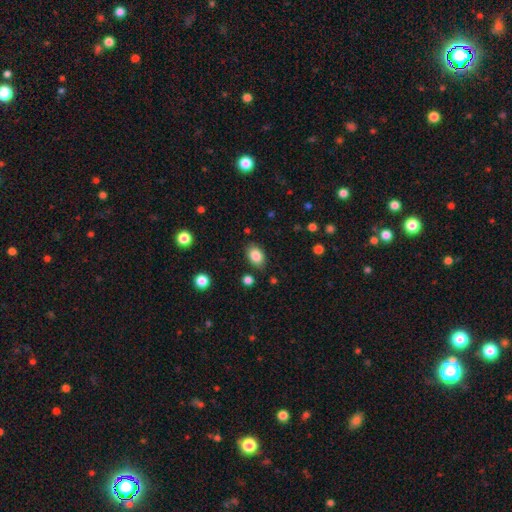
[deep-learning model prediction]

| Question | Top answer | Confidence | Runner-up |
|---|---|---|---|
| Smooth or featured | smooth | 86% | star or artifact (8%) |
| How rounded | in between | 82% | round (17%) |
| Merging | none | 83% | minor disturbance (12%) |